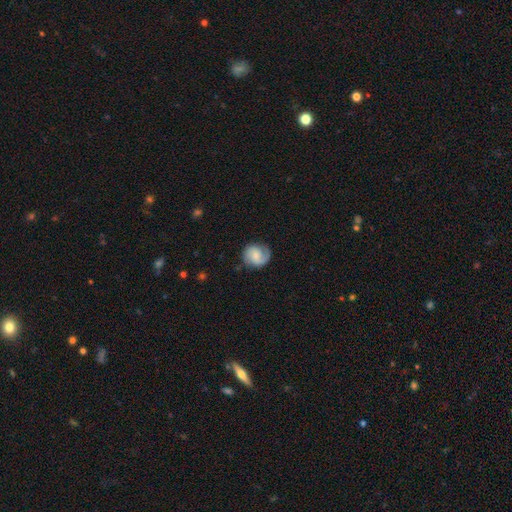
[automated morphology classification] Smooth or featured: featured or disk — 62% (smooth — 31%)
Edge-on disk: no — 98% (yes — 2%)
Bar: no — 56% (weak — 37%)
Spiral arms: yes — 94% (no — 6%)
Spiral winding: medium — 44% (tight — 35%)
Spiral arm count: 2 — 70% (1 — 19%)
Bulge size: small — 50% (moderate — 31%)
Merging: none — 75% (minor disturbance — 18%)